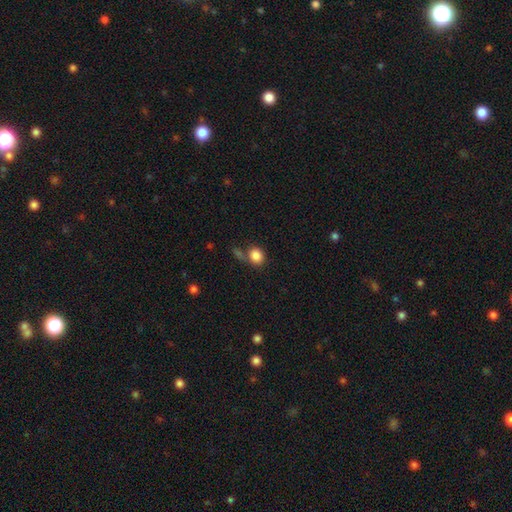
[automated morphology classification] Smooth or featured: smooth — 85% (star or artifact — 9%)
How rounded: round — 67% (in between — 32%)
Merging: none — 60% (merger — 19%)